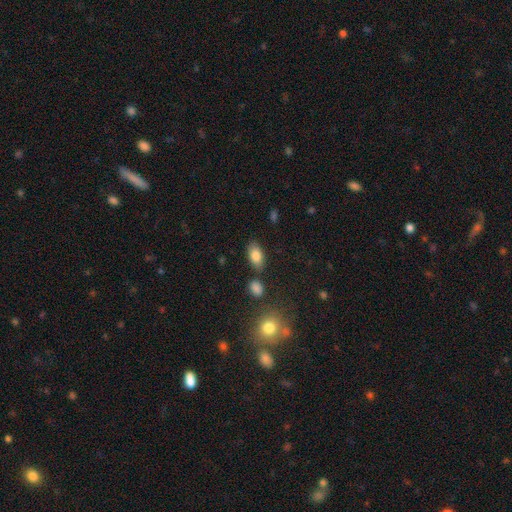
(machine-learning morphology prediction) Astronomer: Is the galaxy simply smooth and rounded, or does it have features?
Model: smooth — 83%.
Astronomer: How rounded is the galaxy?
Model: in between — 92%.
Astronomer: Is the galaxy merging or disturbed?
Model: none — 79%.